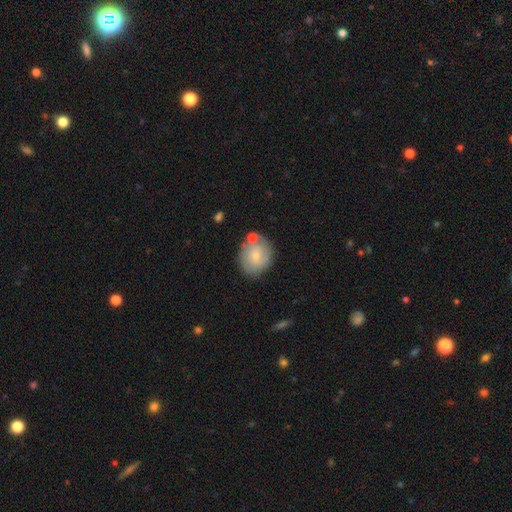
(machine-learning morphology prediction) The model was most divided on "smooth or featured": smooth: 64%, featured or disk: 30%, star or artifact: 6%. More confident: how rounded — round (68%); merging — none (64%).